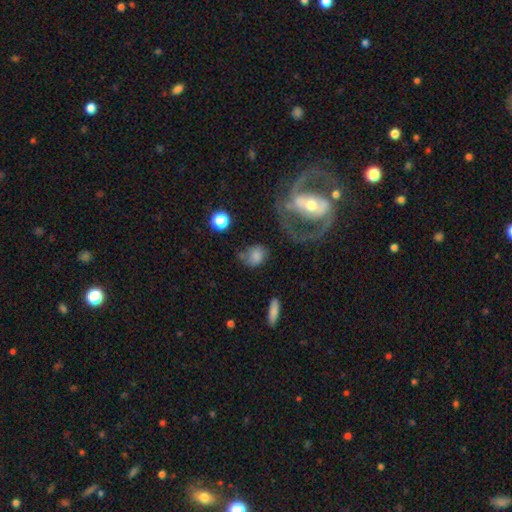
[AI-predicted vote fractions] This is likely a smooth galaxy (67%). How rounded: possibly round (55%). Merging: possibly none (48%).